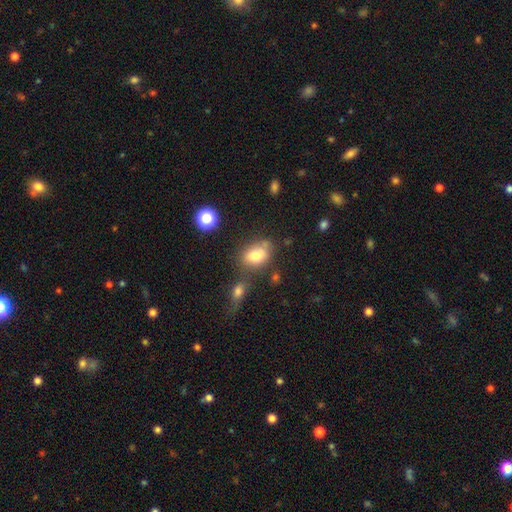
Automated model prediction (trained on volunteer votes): smooth 76%, featured or disk 14%, star or artifact 10%. Down the decision tree: how rounded — in between (73%); merging — none (56%).